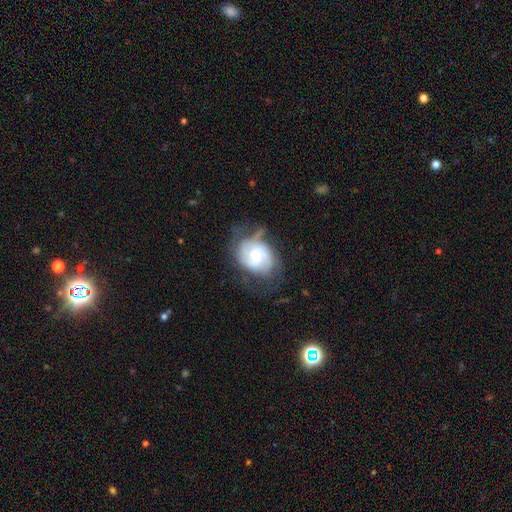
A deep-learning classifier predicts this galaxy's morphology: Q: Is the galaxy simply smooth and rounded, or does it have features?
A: featured or disk — 74%.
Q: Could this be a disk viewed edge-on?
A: no — 97%.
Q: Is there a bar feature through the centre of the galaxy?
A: no — 57%.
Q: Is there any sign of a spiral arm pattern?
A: yes — 91%.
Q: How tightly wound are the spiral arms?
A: tight — 47%.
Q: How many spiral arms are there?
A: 2 — 49%.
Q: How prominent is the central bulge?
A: moderate — 56%.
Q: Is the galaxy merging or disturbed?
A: none — 54%.